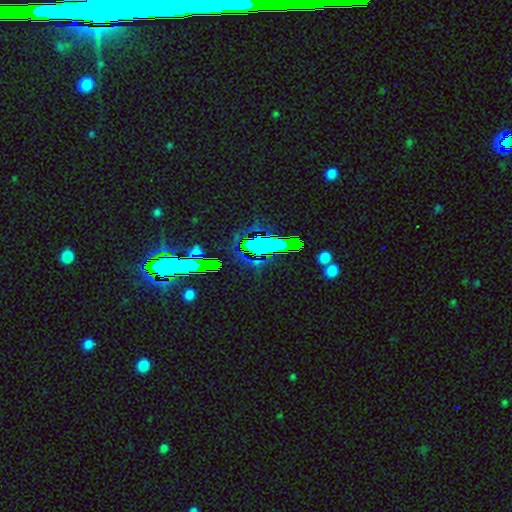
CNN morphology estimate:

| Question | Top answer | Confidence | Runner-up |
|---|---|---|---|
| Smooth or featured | star or artifact | 64% | smooth (23%) |